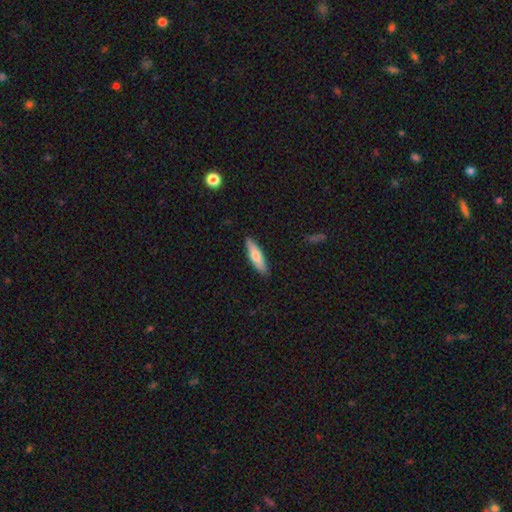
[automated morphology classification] Smooth or featured: smooth — 69% (featured or disk — 25%)
How rounded: cigar-shaped — 67% (in between — 31%)
Merging: none — 88% (minor disturbance — 9%)